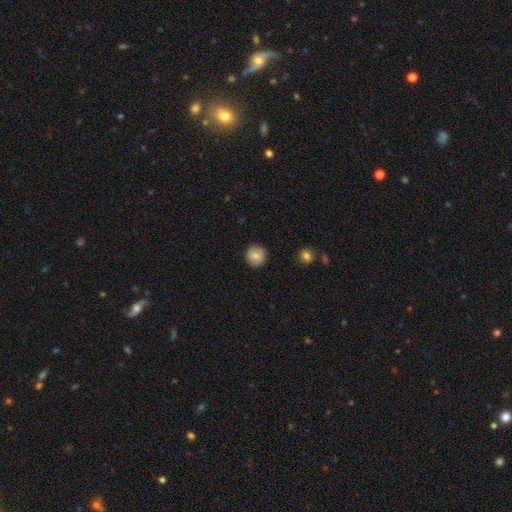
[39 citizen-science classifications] Overall: smooth (77%). How rounded: round (93%). Merging: none (92%).